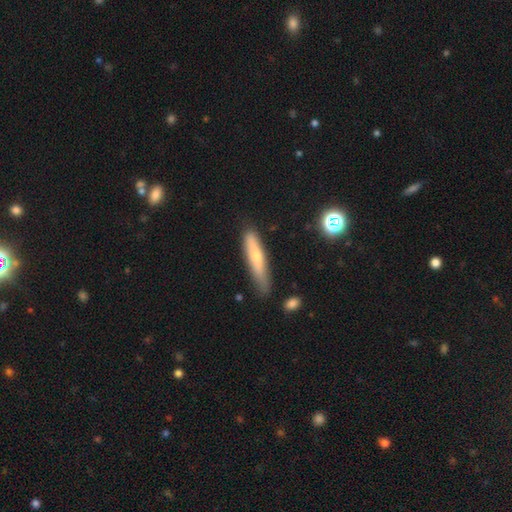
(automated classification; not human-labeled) Smooth or featured? smooth (62%)
How rounded? cigar-shaped (87%)
Merging? none (73%)